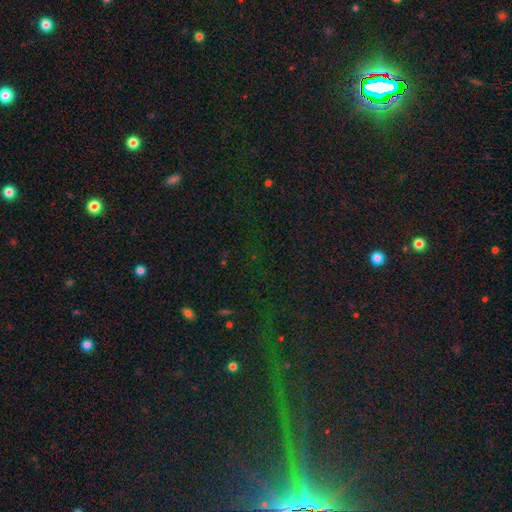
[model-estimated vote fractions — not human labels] A star or artifact, not a galaxy (81%).